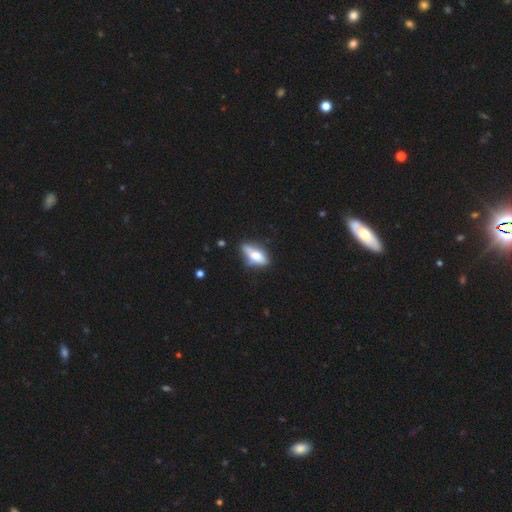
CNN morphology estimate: Smooth or featured: smooth — 56% (featured or disk — 37%)
How rounded: in between — 71% (cigar-shaped — 25%)
Merging: none — 60% (minor disturbance — 26%)